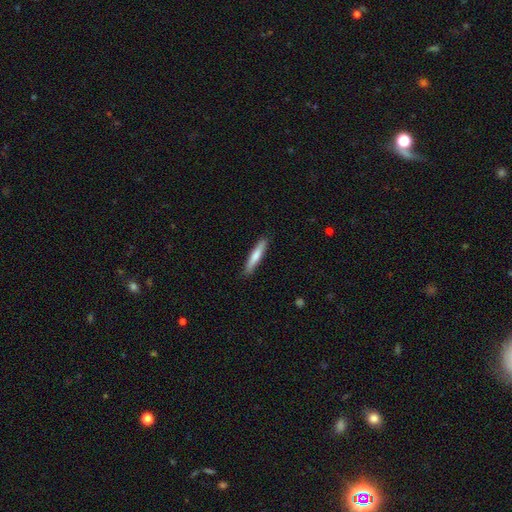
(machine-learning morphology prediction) smooth_or_featured: smooth (p=0.71) [alt: featured or disk p=0.23]
how_rounded: cigar-shaped (p=0.92) [alt: in between p=0.07]
merging: none (p=0.89) [alt: minor disturbance p=0.08]